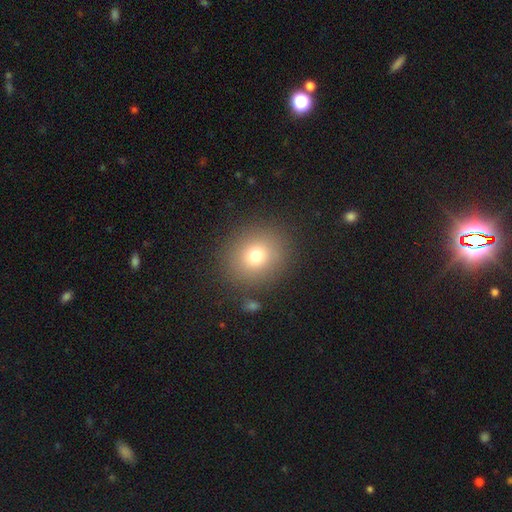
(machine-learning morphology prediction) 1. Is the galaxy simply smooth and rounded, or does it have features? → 75% smooth, 14% star or artifact, 11% featured or disk.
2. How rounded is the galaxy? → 82% round, 17% in between, 1% cigar-shaped.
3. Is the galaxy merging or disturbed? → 87% none, 8% minor disturbance, 4% major disturbance, 2% merger.